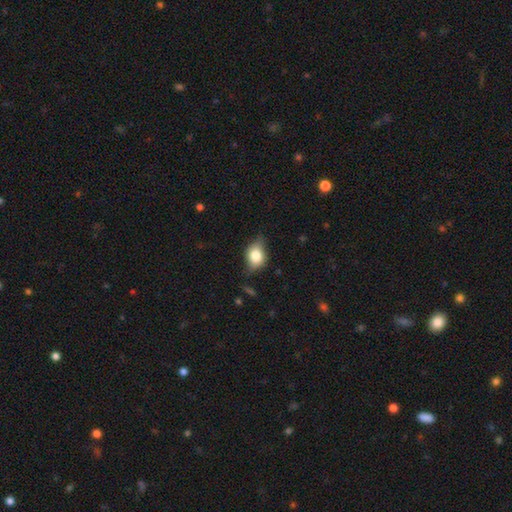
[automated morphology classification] Smooth or featured?
  - smooth: 66% *
  - featured or disk: 25%
  - star or artifact: 9%
How rounded?
  - in between: 62% *
  - round: 35%
  - cigar-shaped: 2%
Merging?
  - none: 60% *
  - minor disturbance: 30%
  - major disturbance: 8%
  - merger: 2%